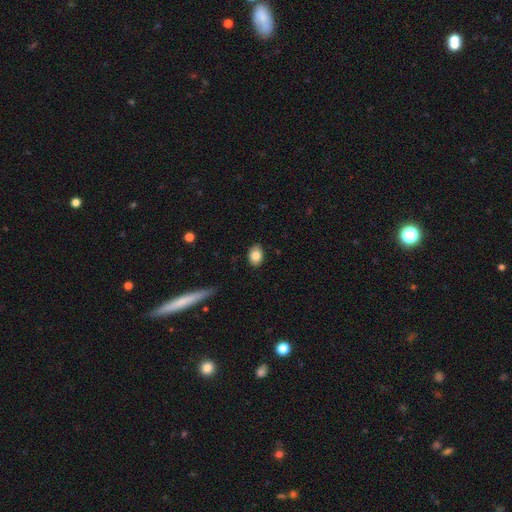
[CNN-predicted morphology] Smooth or featured?
  - smooth: 83% *
  - featured or disk: 9%
  - star or artifact: 8%
How rounded?
  - in between: 79% *
  - round: 20%
  - cigar-shaped: 1%
Merging?
  - none: 87% *
  - minor disturbance: 10%
  - major disturbance: 2%
  - merger: 1%